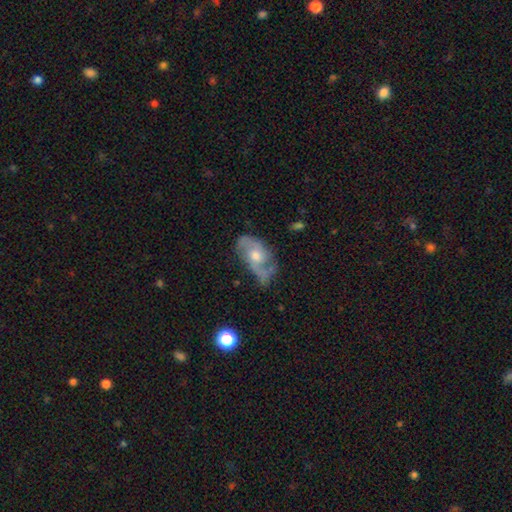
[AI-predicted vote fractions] Overall: featured or disk (79%). Edge-on disk: no (95%). Bar: no (65%; weak 30%). Spiral arms: yes (92%). Spiral arm count: 2 (84%). Spiral winding: medium (47%; loose 33%). Bulge size: moderate (66%). Merging: none (61%; minor disturbance 25%).